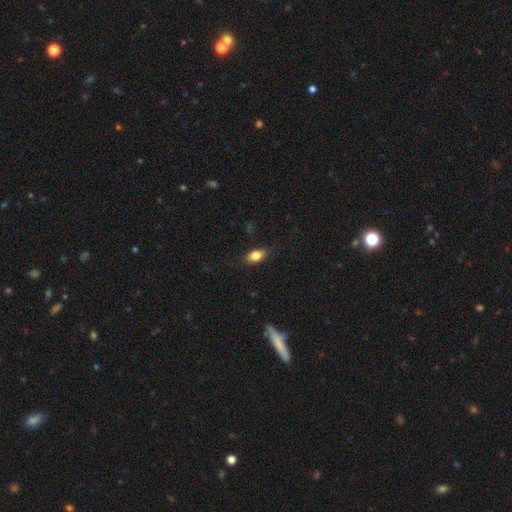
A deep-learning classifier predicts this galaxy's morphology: type=smooth (81%); roundness=in between (84%); merging=none (83%).